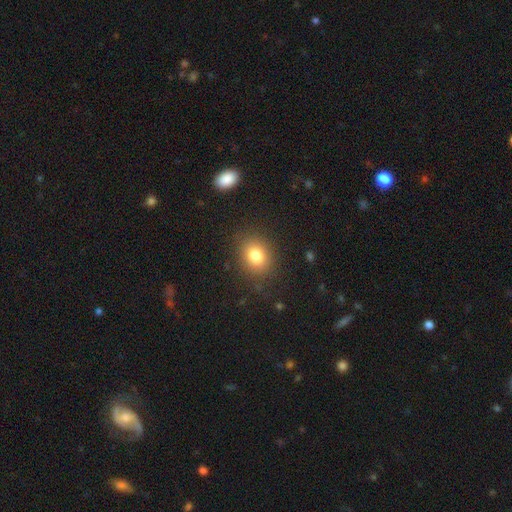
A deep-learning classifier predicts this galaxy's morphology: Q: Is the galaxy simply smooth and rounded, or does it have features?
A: smooth — 80%.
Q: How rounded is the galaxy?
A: round — 51%.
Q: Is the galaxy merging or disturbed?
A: none — 85%.